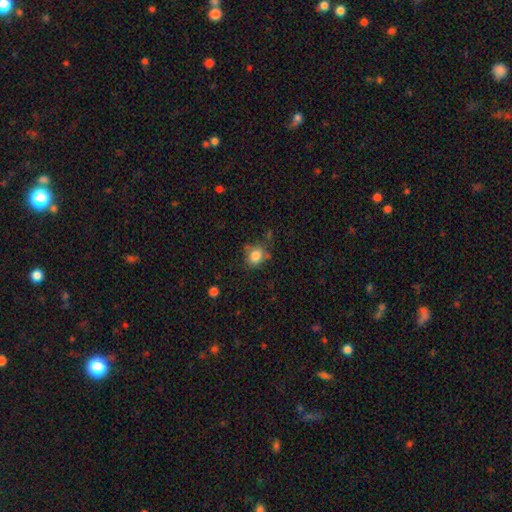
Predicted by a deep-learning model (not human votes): Overall: smooth (83%). How rounded: round (69%; in between 30%). Merging: none (69%).